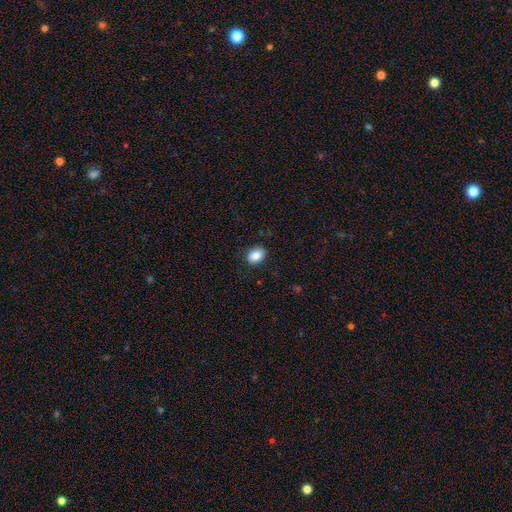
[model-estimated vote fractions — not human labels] A smooth galaxy with no disk features (86%) that is in between round and cigar-shaped (62%). Merging: none (89%).